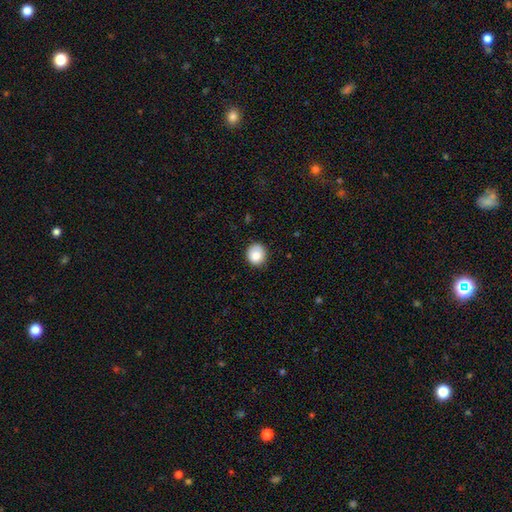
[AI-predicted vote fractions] Smooth or featured? smooth (84%)
How rounded? round (83%)
Merging? none (81%)